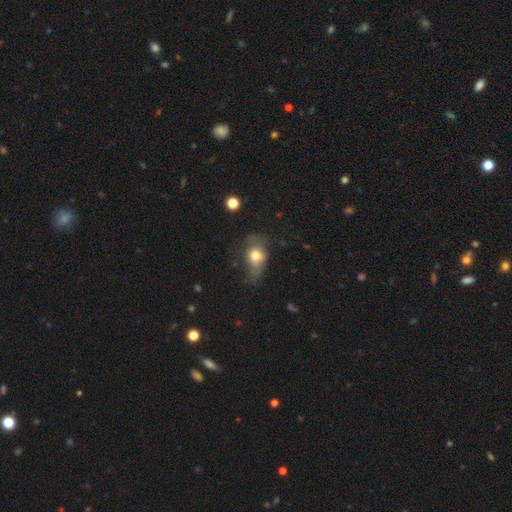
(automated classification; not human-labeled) Q: Smooth or featured?
A: smooth (66%); runner-up: featured or disk (24%)
Q: How rounded?
A: in between (66%); runner-up: round (30%)
Q: Merging?
A: none (37%); runner-up: minor disturbance (32%)